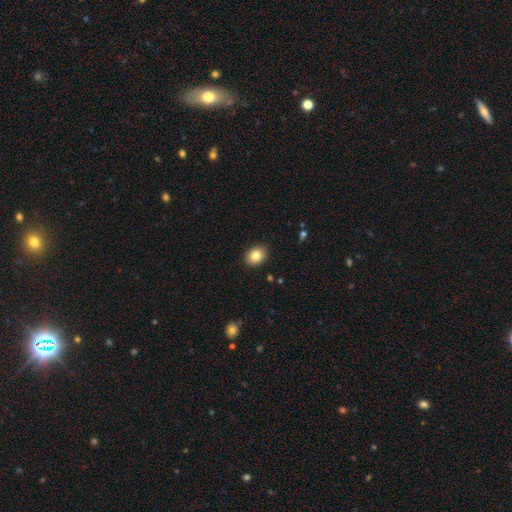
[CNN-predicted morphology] smooth 83%, star or artifact 9%, featured or disk 8%. Down the decision tree: how rounded — in between (58%); merging — none (90%).